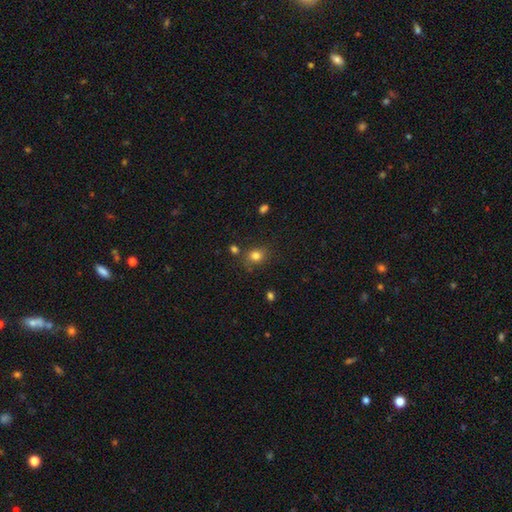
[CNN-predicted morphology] This is clearly a smooth galaxy (80%). How rounded: likely round (64%). Merging: likely none (75%).